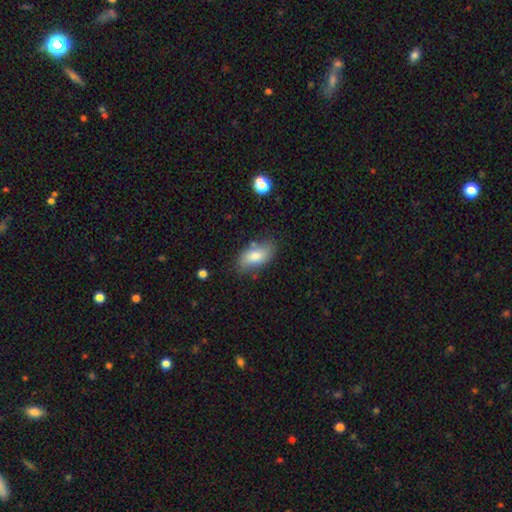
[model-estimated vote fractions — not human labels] This appears to be a smooth galaxy with no disk features (78%) that is in between round and cigar-shaped (91%). Merging: none (74%).